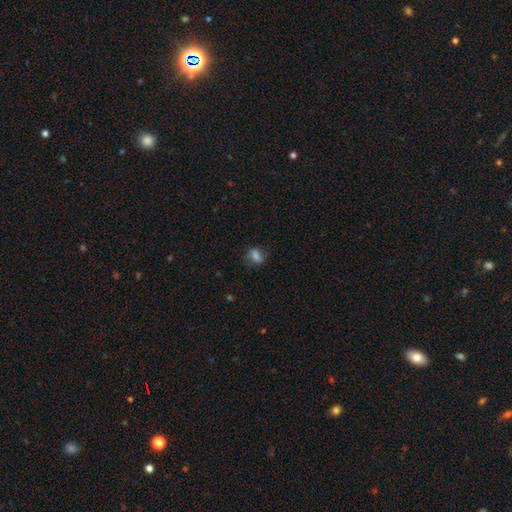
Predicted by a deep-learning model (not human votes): The model was most divided on "how rounded": in between: 65%, round: 31%, cigar-shaped: 4%. More confident: smooth or featured — smooth (72%); merging — none (69%).